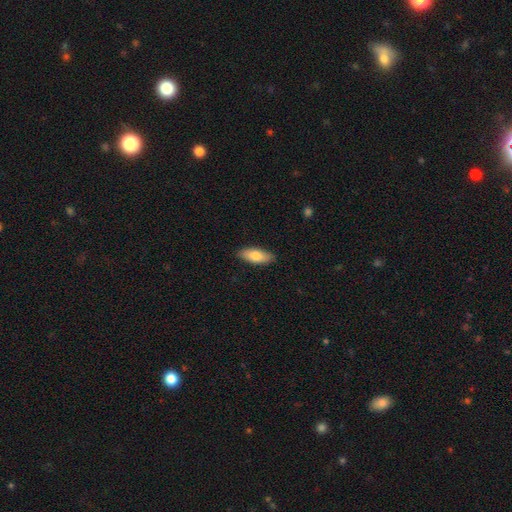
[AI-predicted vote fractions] Q: Smooth or featured?
A: smooth (76%); runner-up: featured or disk (18%)
Q: How rounded?
A: in between (78%); runner-up: cigar-shaped (20%)
Q: Merging?
A: none (88%); runner-up: minor disturbance (9%)